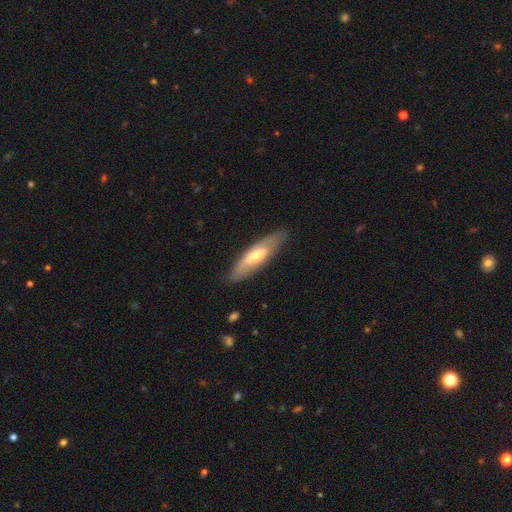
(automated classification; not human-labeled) Morphology: type=featured or disk (50%); merging=none (83%).